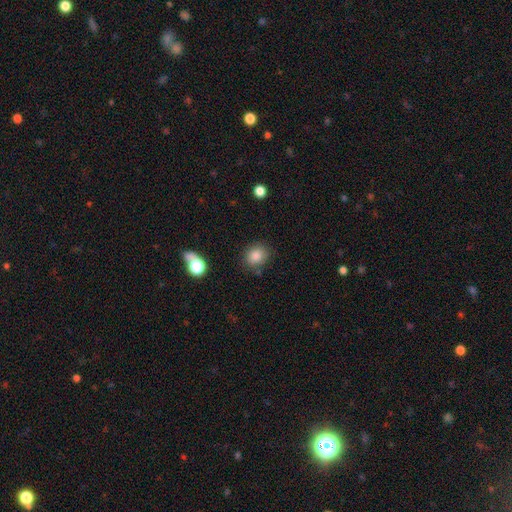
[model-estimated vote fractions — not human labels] smooth 85%, star or artifact 10%, featured or disk 5%. Down the decision tree: how rounded — round (66%); merging — none (79%).